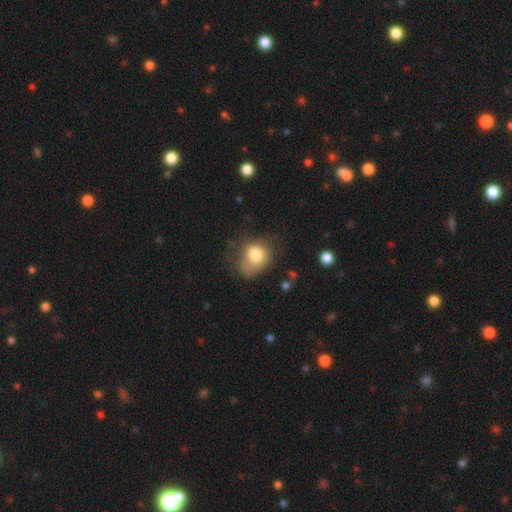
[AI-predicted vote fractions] Smooth or featured: smooth — 76% (featured or disk — 15%)
How rounded: round — 52% (in between — 47%)
Merging: none — 39% (minor disturbance — 32%)